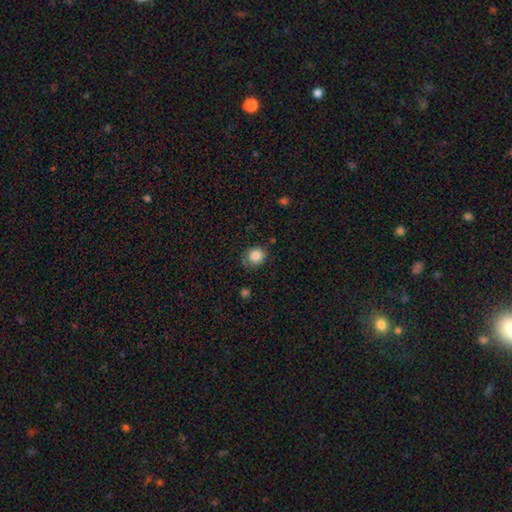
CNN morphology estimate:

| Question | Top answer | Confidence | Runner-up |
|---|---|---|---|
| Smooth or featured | smooth | 83% | star or artifact (10%) |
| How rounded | round | 79% | in between (20%) |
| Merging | none | 73% | minor disturbance (20%) |